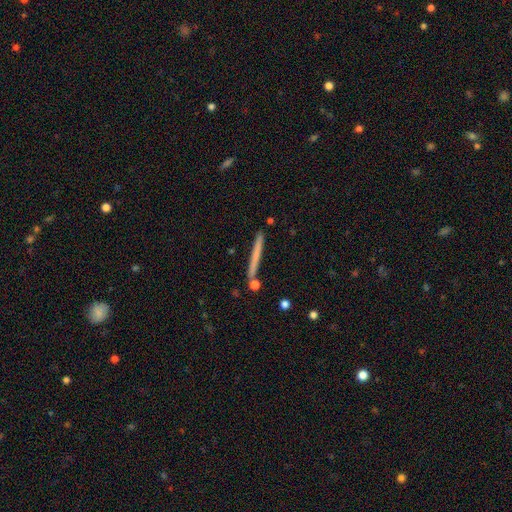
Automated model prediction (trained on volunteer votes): A smooth galaxy with no disk features (59%) that is cigar-shaped (97%).

Vote fractions:
- Smooth or featured? smooth: 59% / featured or disk: 34% / star or artifact: 6%
- How rounded? cigar-shaped: 97% / in between: 2% / round: 1%
- Merging? none: 85% / minor disturbance: 8% / merger: 5% / major disturbance: 2%